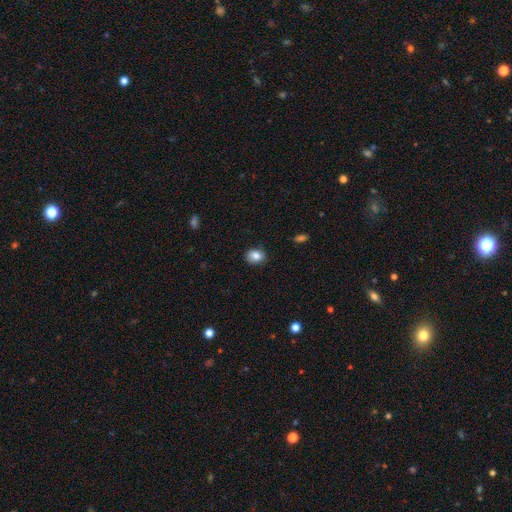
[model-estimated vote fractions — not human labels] A smooth galaxy with no disk features (83%) that is round (53%). Merging: none (83%).